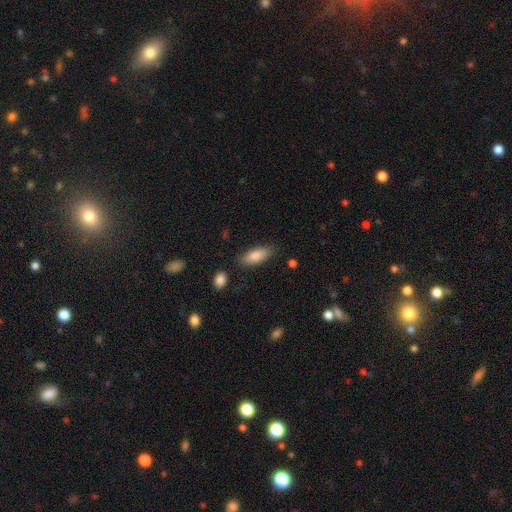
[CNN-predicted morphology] This is clearly a smooth galaxy (84%). How rounded: likely in between (78%). Merging: clearly none (82%).